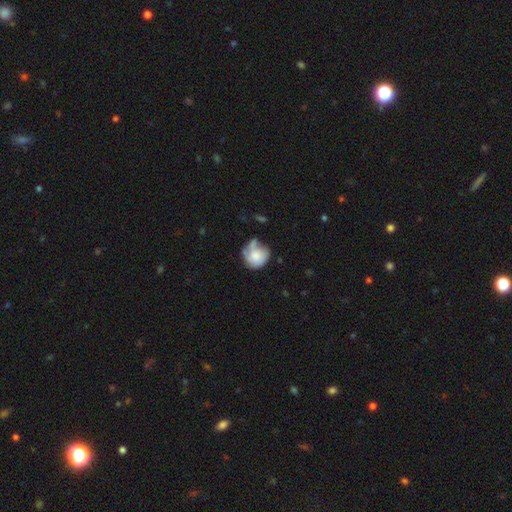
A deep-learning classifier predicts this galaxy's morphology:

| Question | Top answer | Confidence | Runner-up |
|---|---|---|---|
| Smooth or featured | smooth | 64% | featured or disk (29%) |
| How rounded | round | 80% | in between (19%) |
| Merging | none | 45% | minor disturbance (29%) |